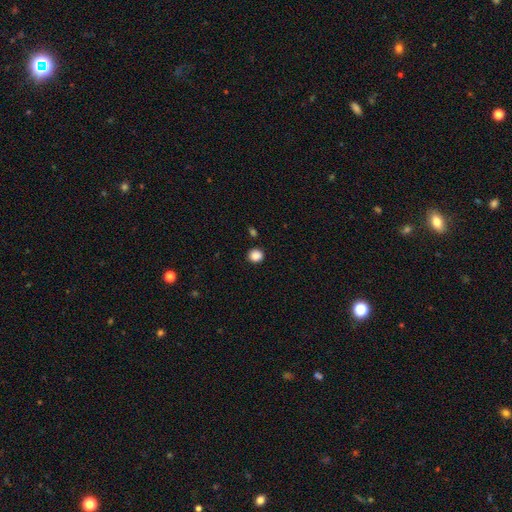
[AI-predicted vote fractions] The model was most divided on "smooth or featured": smooth: 87%, star or artifact: 10%, featured or disk: 3%. More confident: merging — none (90%); how rounded — round (89%).